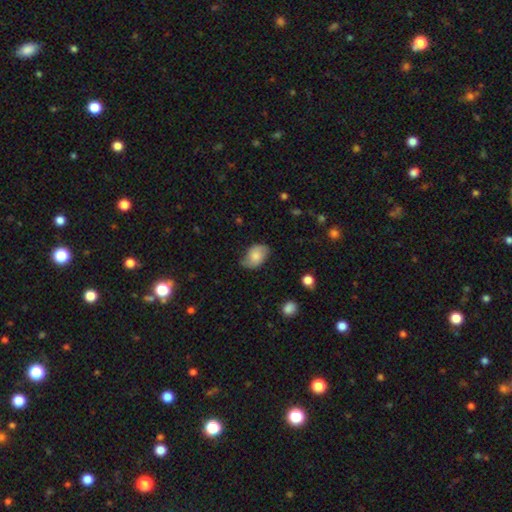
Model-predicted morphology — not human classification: Smooth or featured: smooth — 66% (featured or disk — 26%)
How rounded: in between — 85% (round — 14%)
Merging: none — 61% (minor disturbance — 30%)